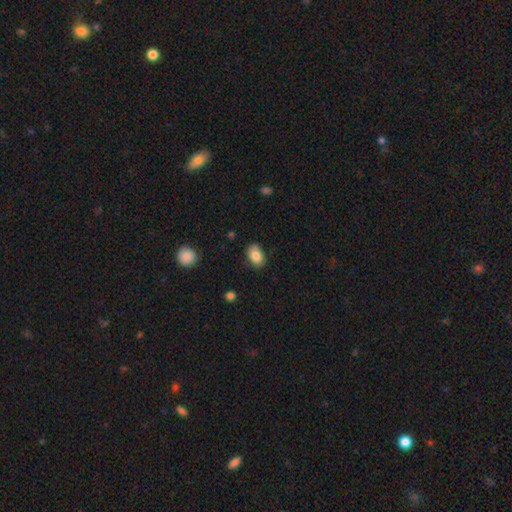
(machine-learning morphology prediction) This is clearly a smooth galaxy (83%). How rounded: clearly in between (80%). Merging: likely none (79%).